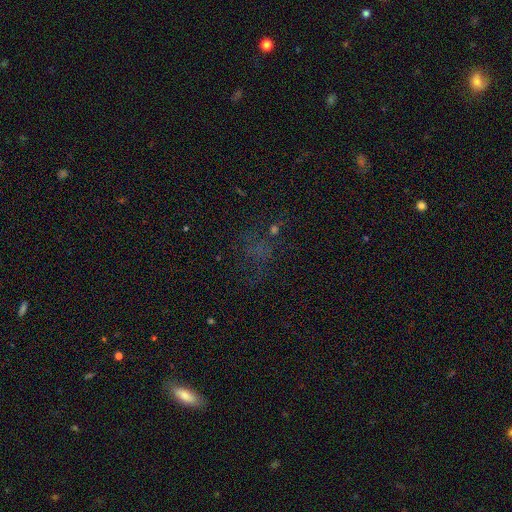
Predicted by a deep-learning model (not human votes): Morphology: type=star or artifact (43%).